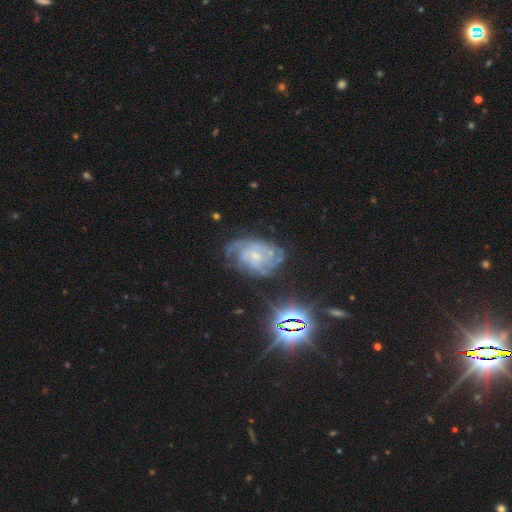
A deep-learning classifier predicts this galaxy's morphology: Smooth or featured: featured or disk — 78% (star or artifact — 12%)
Edge-on disk: no — 97% (yes — 3%)
Bar: no — 70% (weak — 25%)
Spiral arms: yes — 93% (no — 7%)
Spiral winding: tight — 60% (medium — 32%)
Spiral arm count: can't tell — 39% (3 — 20%)
Bulge size: small — 69% (moderate — 23%)
Merging: none — 61% (minor disturbance — 23%)